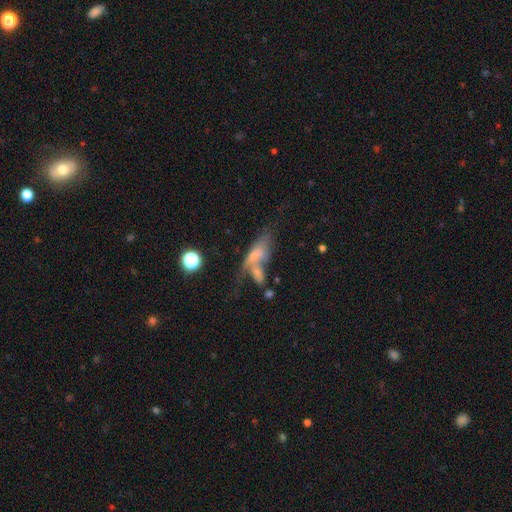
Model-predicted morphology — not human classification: The model was most divided on "smooth or featured": smooth: 52%, featured or disk: 36%, star or artifact: 12%. Remaining: how rounded — in between (63%); merging — merger (50%).